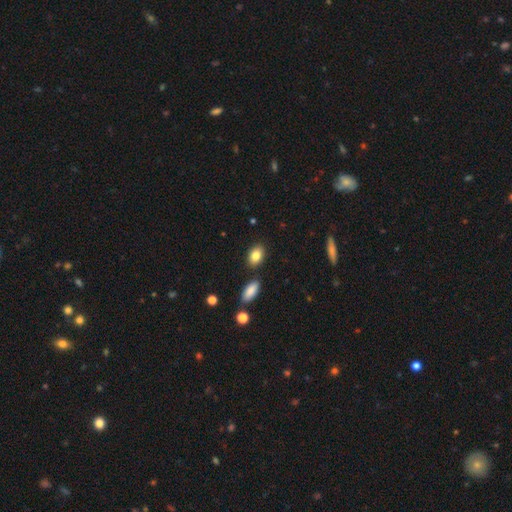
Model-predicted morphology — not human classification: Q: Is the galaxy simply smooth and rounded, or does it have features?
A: smooth — 84%.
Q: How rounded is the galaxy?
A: in between — 81%.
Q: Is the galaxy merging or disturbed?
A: none — 84%.